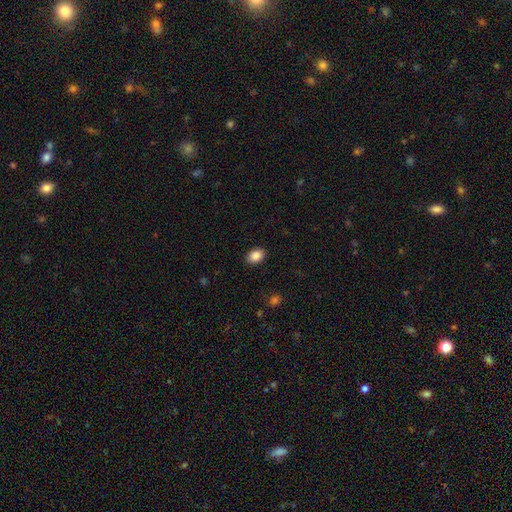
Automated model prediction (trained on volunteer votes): Q: Smooth or featured?
A: smooth (88%); runner-up: star or artifact (8%)
Q: How rounded?
A: in between (77%); runner-up: round (22%)
Q: Merging?
A: none (89%); runner-up: minor disturbance (8%)